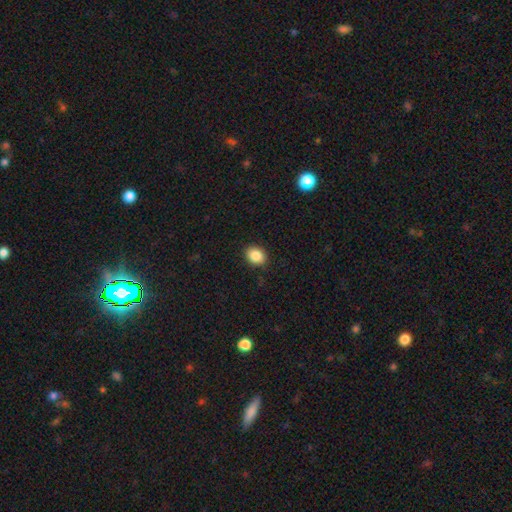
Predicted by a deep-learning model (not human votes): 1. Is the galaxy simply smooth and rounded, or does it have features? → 87% smooth, 9% star or artifact, 4% featured or disk.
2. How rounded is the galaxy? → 58% in between, 41% round, 1% cigar-shaped.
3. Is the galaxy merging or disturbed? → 89% none, 8% minor disturbance, 2% major disturbance, 1% merger.